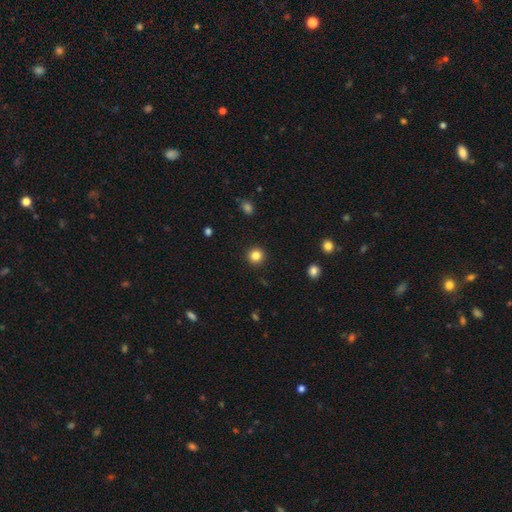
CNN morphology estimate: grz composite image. It shows a smooth galaxy with no disk features (83%) that is round (95%). Merging: none (93%).